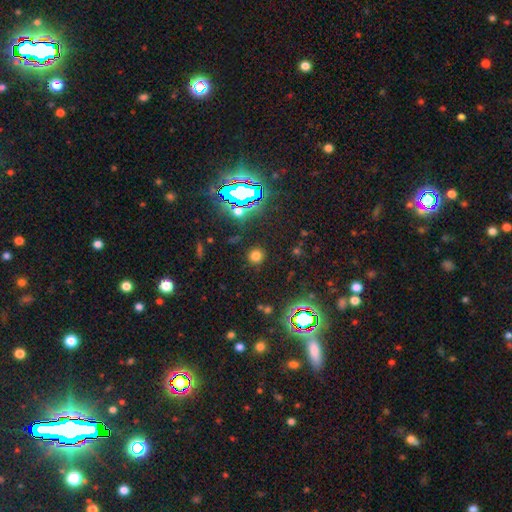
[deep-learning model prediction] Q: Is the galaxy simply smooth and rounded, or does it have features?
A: smooth — 69%.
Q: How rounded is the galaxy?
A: round — 90%.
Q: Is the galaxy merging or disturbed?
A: none — 89%.